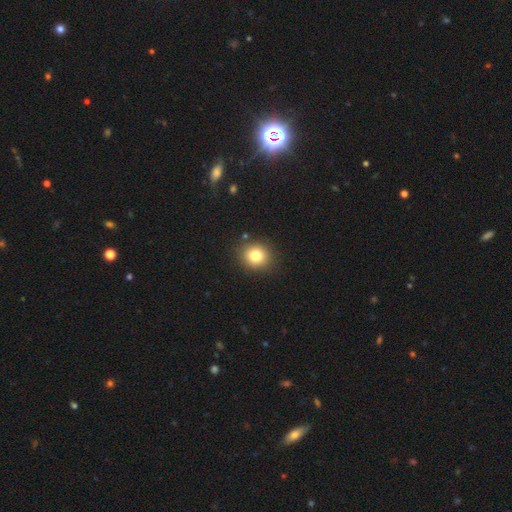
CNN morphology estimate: Overall: smooth (81%). How rounded: round (79%). Merging: none (88%).